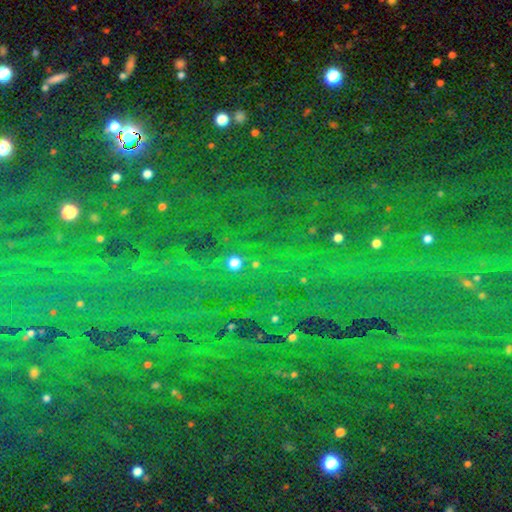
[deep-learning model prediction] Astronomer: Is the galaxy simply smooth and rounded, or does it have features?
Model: star or artifact — 84%.